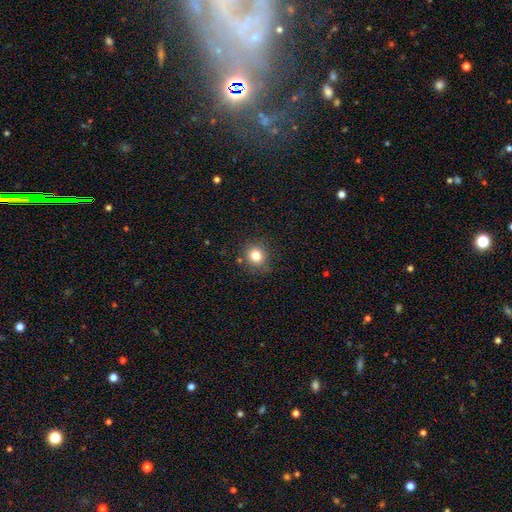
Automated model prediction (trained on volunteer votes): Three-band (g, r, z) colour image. It shows a smooth galaxy with no disk features (81%) that is round (87%). Merging: none (83%).